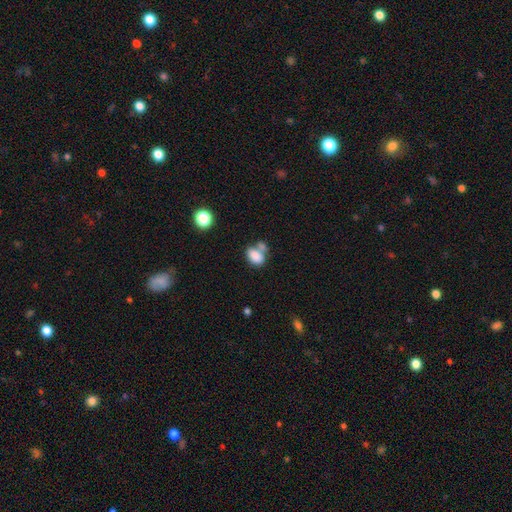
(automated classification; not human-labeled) A smooth galaxy with no disk features (82%) that is in between round and cigar-shaped (83%). Merging: merger (46%).